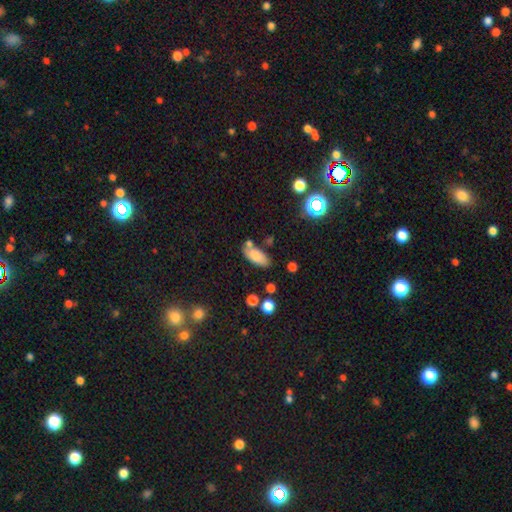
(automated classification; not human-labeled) smooth-or-featured: smooth: 79% | featured or disk: 13% | star or artifact: 9%
  how-rounded: in between: 88% | cigar-shaped: 10% | round: 2%
  merging: none: 65% | minor disturbance: 17% | merger: 13% | major disturbance: 4%